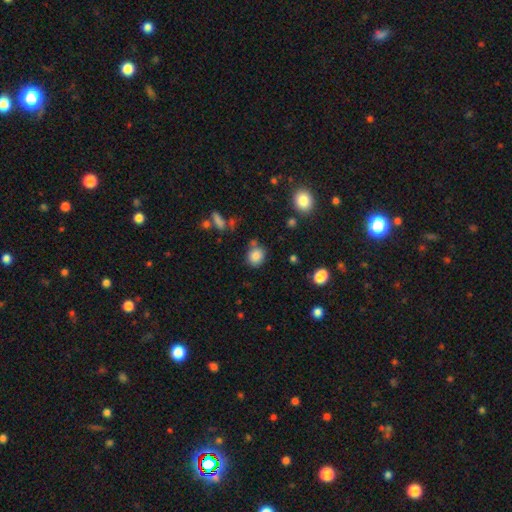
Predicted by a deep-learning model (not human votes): This is clearly a smooth galaxy (84%). How rounded: likely round (71%). Merging: likely none (74%).